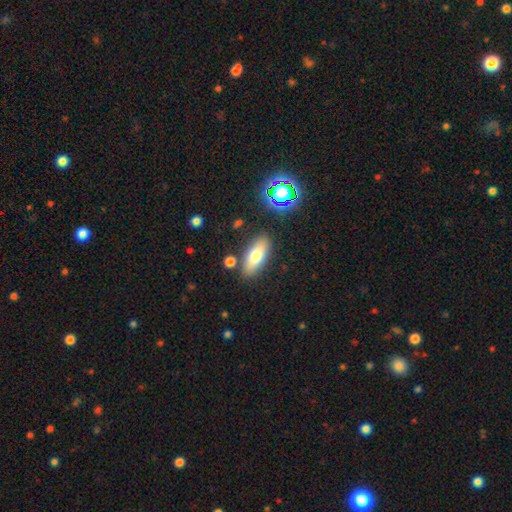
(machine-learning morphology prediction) Overall: smooth (71%). How rounded: in between (76%). Merging: none (82%).